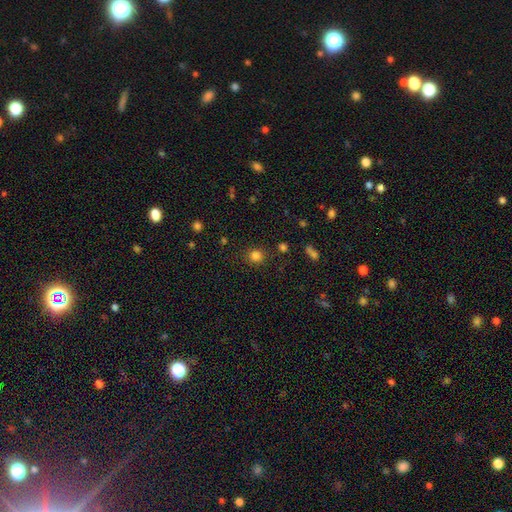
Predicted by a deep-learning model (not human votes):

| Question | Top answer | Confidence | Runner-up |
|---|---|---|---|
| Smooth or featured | smooth | 81% | star or artifact (14%) |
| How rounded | round | 87% | in between (12%) |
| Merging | none | 86% | minor disturbance (8%) |